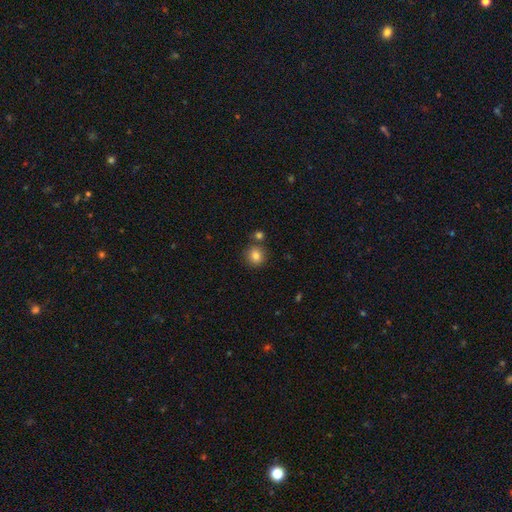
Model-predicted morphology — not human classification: This appears to be a smooth galaxy with no disk features (83%) that is round (86%). Merging: none (76%).